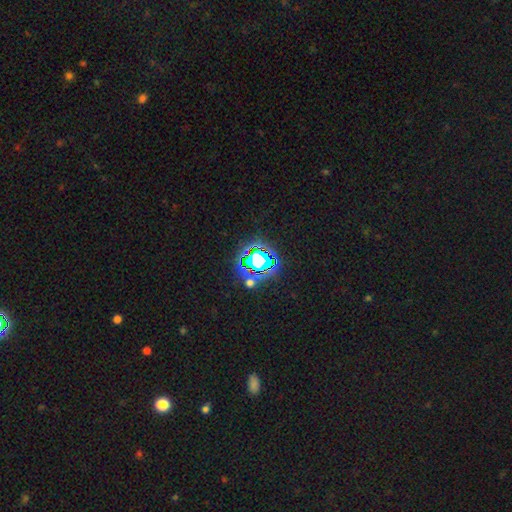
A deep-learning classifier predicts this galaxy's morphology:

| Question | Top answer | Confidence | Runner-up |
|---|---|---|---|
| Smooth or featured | star or artifact | 65% | smooth (21%) |